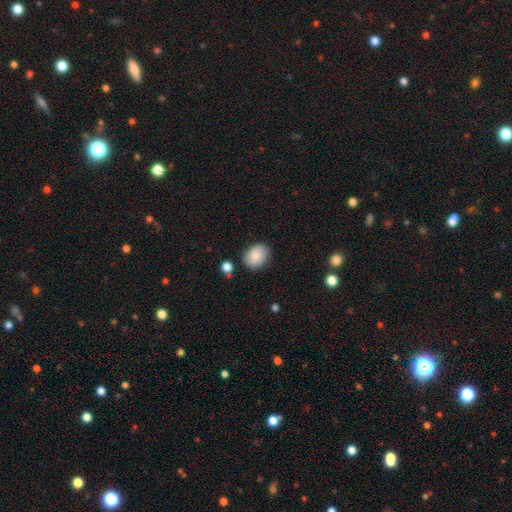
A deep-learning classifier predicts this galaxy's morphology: smooth_or_featured: smooth (p=0.78) [alt: featured or disk p=0.15]
how_rounded: in between (p=0.57) [alt: round p=0.42]
merging: none (p=0.78) [alt: minor disturbance p=0.15]